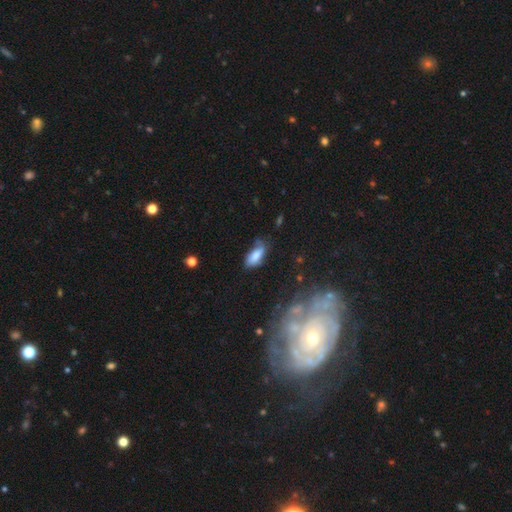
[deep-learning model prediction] The model was most divided on "merging": none: 46%, minor disturbance: 36%, major disturbance: 14%, merger: 4%. More confident: how rounded — in between (85%); smooth or featured — smooth (73%).